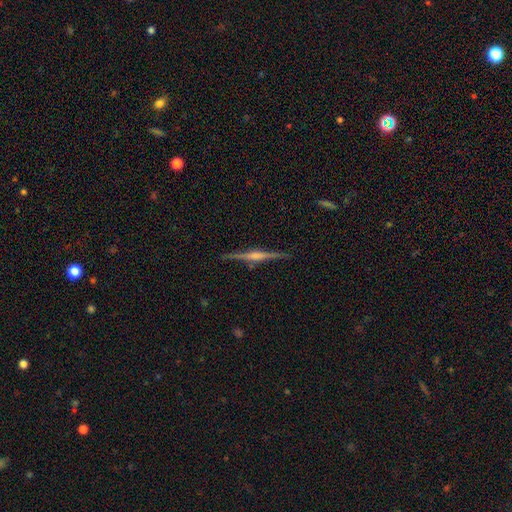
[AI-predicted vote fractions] smooth_or_featured: featured or disk (p=0.79) [alt: smooth p=0.15]
disk_edge_on: yes (p=0.98) [alt: no p=0.02]
edge_on_bulge: rounded (p=0.65) [alt: boxy p=0.22]
merging: none (p=0.89) [alt: minor disturbance p=0.08]